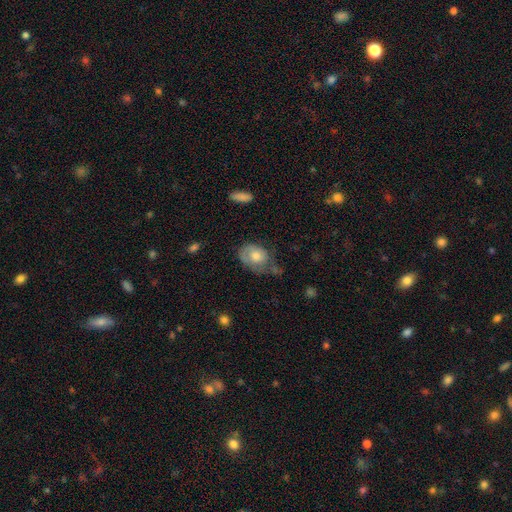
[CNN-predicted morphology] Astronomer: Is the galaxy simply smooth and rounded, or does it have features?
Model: smooth — 61%.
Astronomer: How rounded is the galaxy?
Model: in between — 70%.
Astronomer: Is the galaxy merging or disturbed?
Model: none — 40% (runner-up: minor disturbance, 35%).